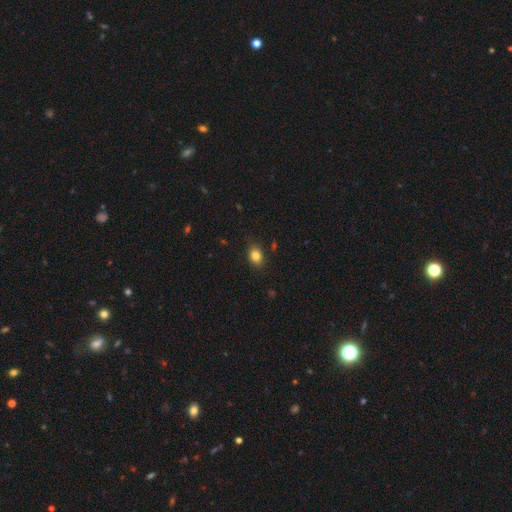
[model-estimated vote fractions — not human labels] Smooth or featured? Predicted: smooth (p=0.83). How rounded? Predicted: in between (p=0.64). Merging? Predicted: none (p=0.85).